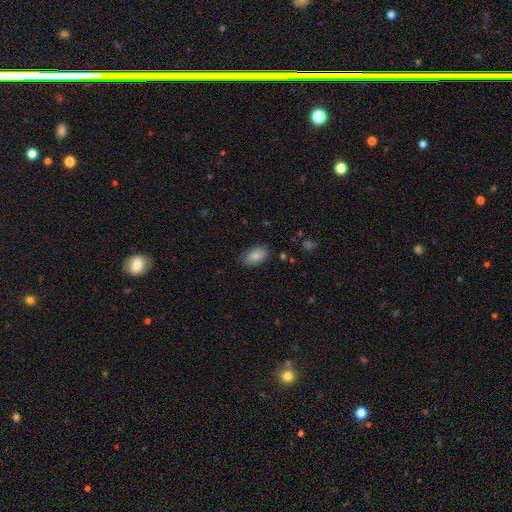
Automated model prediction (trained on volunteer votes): smooth-or-featured: smooth: 87% | star or artifact: 7% | featured or disk: 6%
  how-rounded: in between: 93% | round: 4% | cigar-shaped: 2%
  merging: none: 82% | minor disturbance: 13% | major disturbance: 3% | merger: 1%